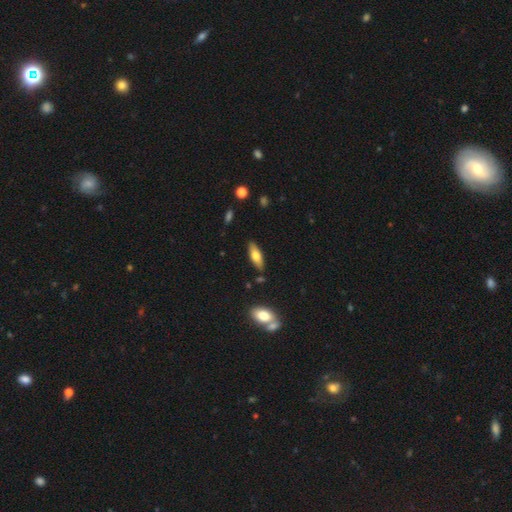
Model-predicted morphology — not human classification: This is likely a smooth galaxy (67%). How rounded: likely in between (62%). Merging: clearly none (84%).